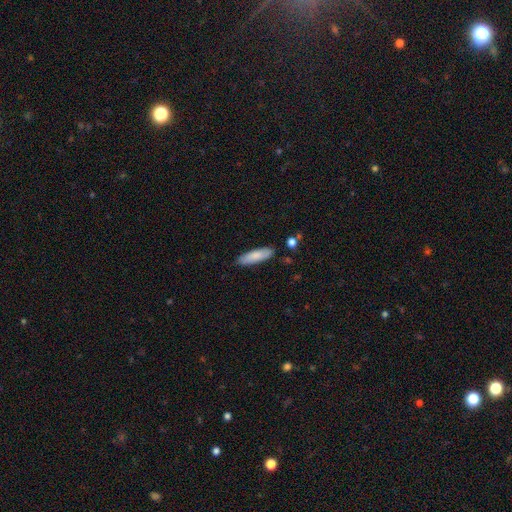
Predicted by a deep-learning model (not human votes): A smooth galaxy with no disk features (82%) that is cigar-shaped (57%). Merging: none (85%).